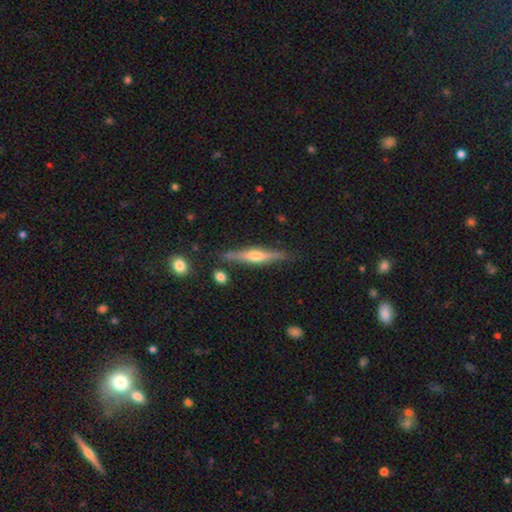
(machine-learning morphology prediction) smooth-or-featured: featured or disk: 71% | smooth: 22% | star or artifact: 6%
  disk-edge-on: yes: 97% | no: 3%
    edge-on-bulge: rounded: 89% | boxy: 6% | none: 4%
  merging: none: 86% | minor disturbance: 9% | merger: 3% | major disturbance: 2%